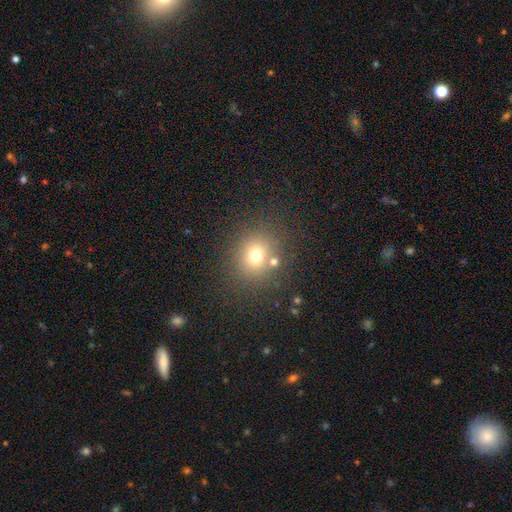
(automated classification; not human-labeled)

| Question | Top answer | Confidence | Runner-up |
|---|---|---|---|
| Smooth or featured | smooth | 70% | star or artifact (18%) |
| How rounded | round | 79% | in between (21%) |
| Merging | none | 76% | merger (10%) |